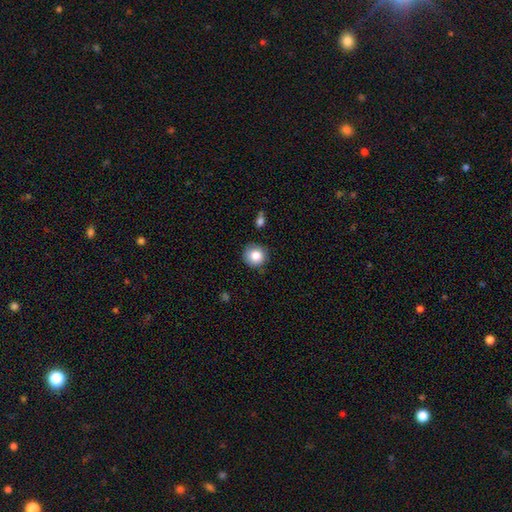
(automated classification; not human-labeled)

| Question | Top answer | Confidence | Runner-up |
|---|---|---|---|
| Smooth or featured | smooth | 84% | star or artifact (9%) |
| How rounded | round | 93% | in between (6%) |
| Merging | none | 84% | minor disturbance (12%) |